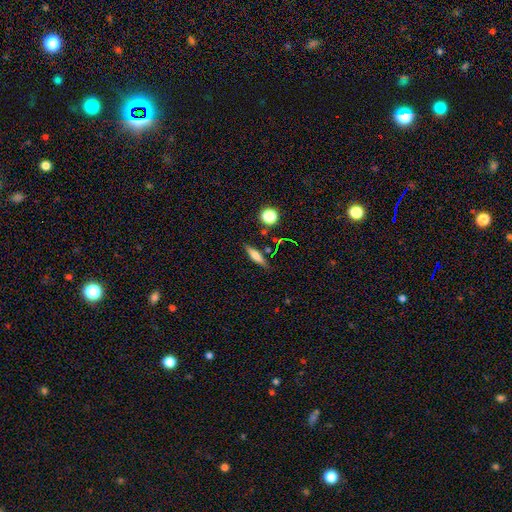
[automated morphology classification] Smooth or featured? smooth (66%)
How rounded? cigar-shaped (68%)
Merging? none (83%)